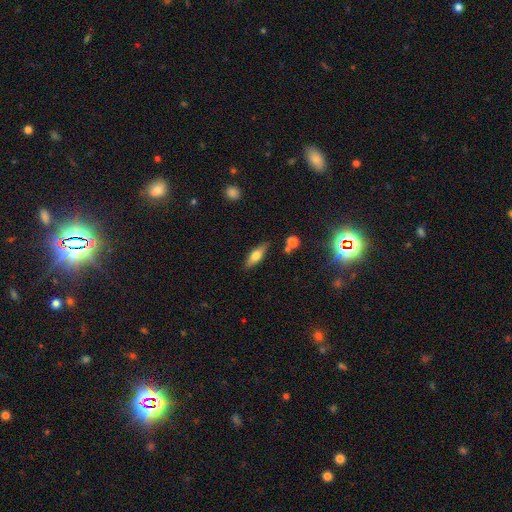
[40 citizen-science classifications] smooth 60%, featured or disk 32%, star or artifact 8%. Down the decision tree: how rounded — in between (67%); merging — none (84%).